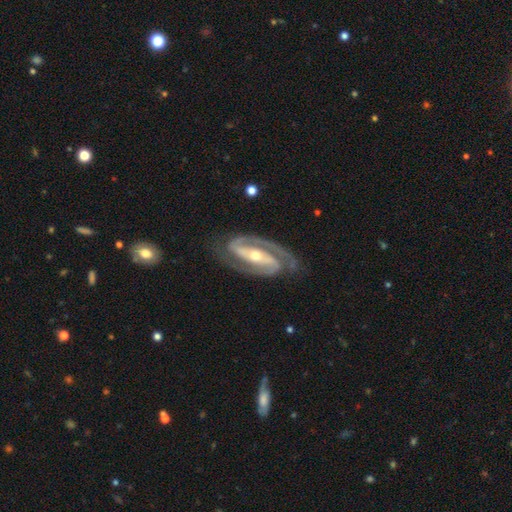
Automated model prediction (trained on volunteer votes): A featured or disk galaxy (94%) with a strong bar (61%), 2 (93%) tight (50%) spiral arms (98%) and a moderate central bulge (55%). Merging: none (82%).